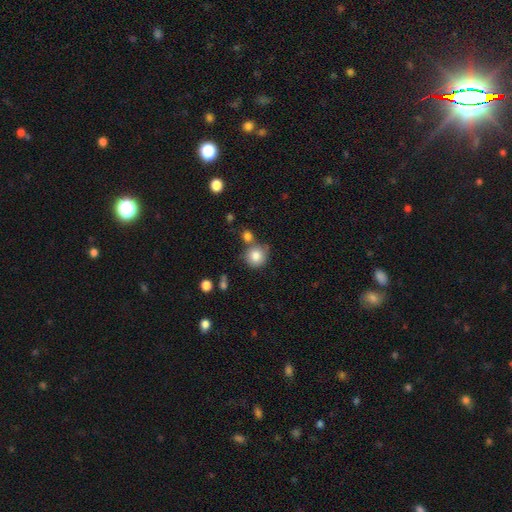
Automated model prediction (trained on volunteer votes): This is clearly a smooth galaxy (84%). How rounded: clearly round (90%). Merging: likely none (65%).